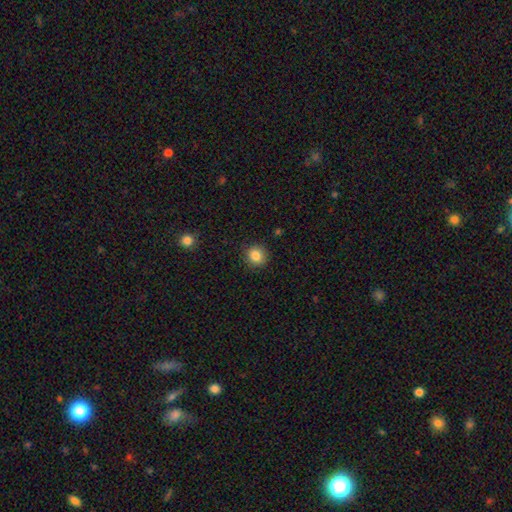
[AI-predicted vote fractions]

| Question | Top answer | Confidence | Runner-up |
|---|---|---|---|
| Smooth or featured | smooth | 85% | star or artifact (10%) |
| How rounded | round | 88% | in between (11%) |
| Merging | none | 89% | minor disturbance (7%) |